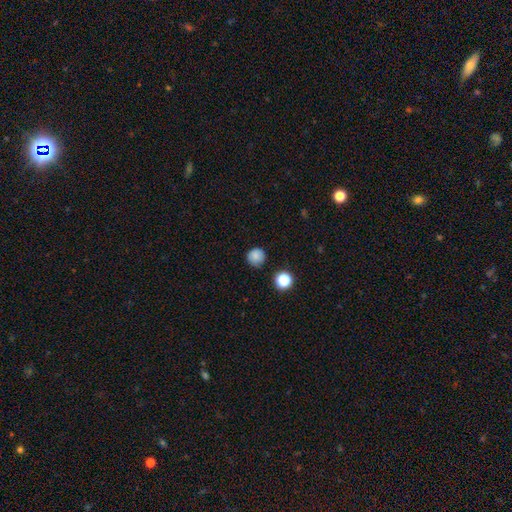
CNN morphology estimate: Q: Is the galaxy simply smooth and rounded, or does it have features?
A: smooth — 83%.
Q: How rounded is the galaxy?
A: round — 94%.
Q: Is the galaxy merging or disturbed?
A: none — 84%.